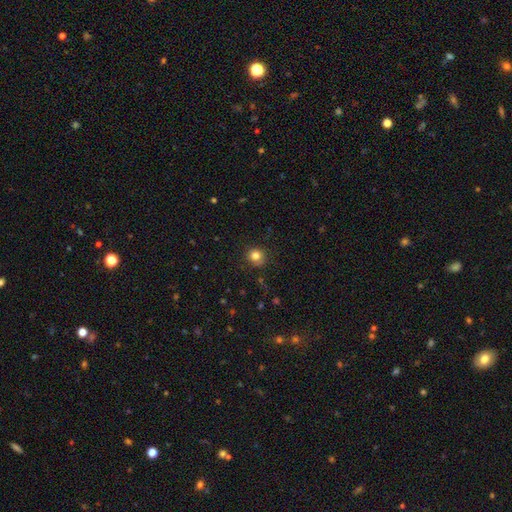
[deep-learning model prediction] Overall: smooth (82%). How rounded: round (88%). Merging: none (86%).